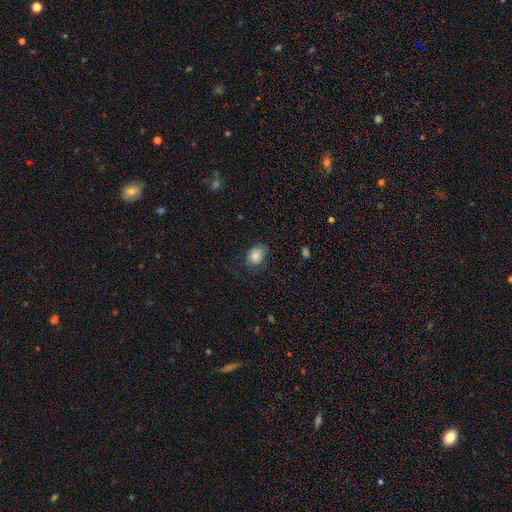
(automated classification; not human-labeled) A smooth galaxy with no disk features (83%) that is in between round and cigar-shaped (60%). Merging: none (63%).